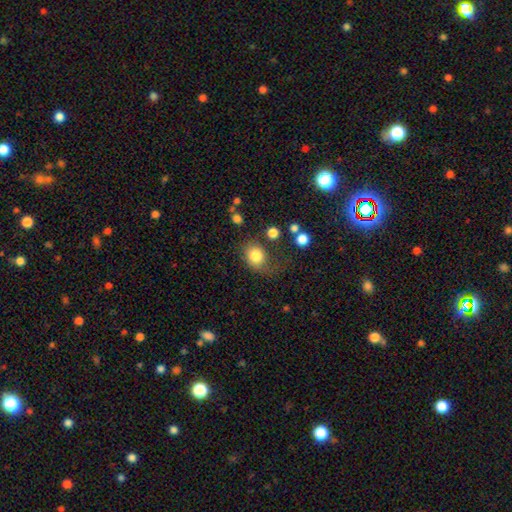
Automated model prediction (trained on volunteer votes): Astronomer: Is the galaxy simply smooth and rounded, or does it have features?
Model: smooth — 80%.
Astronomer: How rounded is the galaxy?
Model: round — 58% (runner-up: in between, 41%).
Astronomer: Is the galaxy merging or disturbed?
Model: none — 49% (runner-up: minor disturbance, 25%).